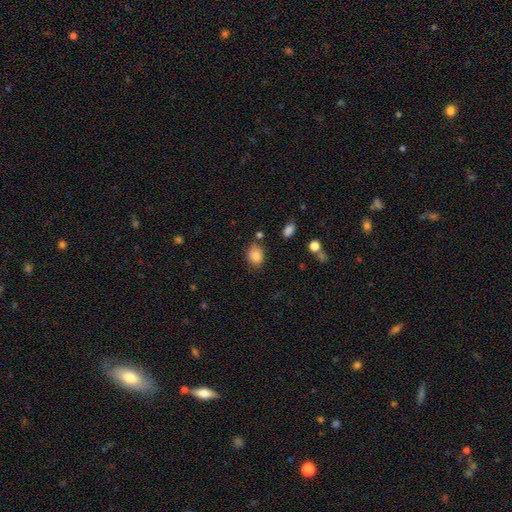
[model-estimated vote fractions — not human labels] smooth 84%, star or artifact 10%, featured or disk 6%. Down the decision tree: how rounded — in between (53%); merging — none (69%).